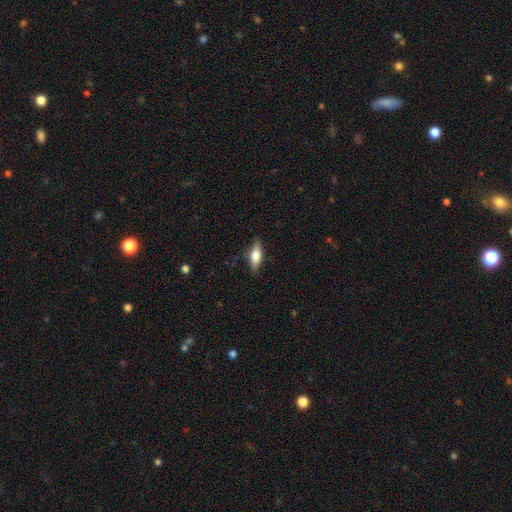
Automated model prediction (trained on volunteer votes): Smooth or featured?
  - smooth: 68% *
  - featured or disk: 25%
  - star or artifact: 6%
How rounded?
  - in between: 64% *
  - cigar-shaped: 33%
  - round: 3%
Merging?
  - none: 82% *
  - minor disturbance: 14%
  - major disturbance: 3%
  - merger: 1%